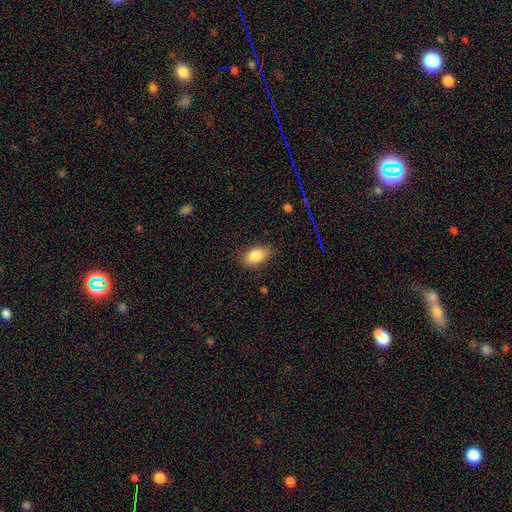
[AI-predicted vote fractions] A smooth galaxy with no disk features (84%) that is in between round and cigar-shaped (88%). Merging: none (82%).